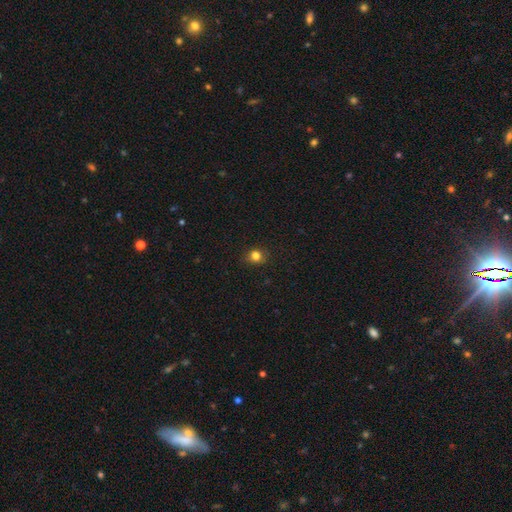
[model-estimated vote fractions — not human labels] Morphology: type=smooth (80%); roundness=round (80%); merging=none (87%).